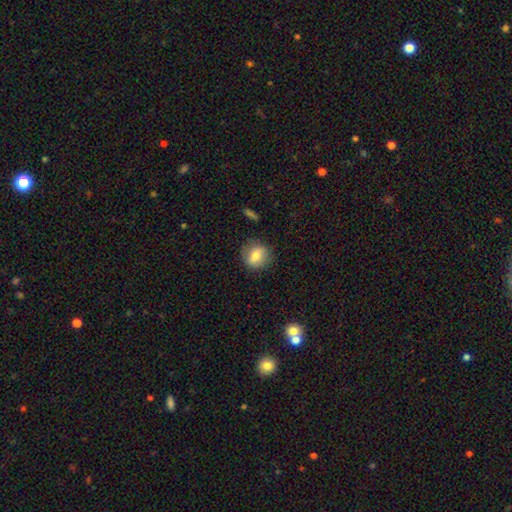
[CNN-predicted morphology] smooth-or-featured: smooth: 72% | featured or disk: 19% | star or artifact: 8%
  how-rounded: round: 78% | in between: 21% | cigar-shaped: 1%
  merging: none: 81% | minor disturbance: 14% | major disturbance: 4% | merger: 1%